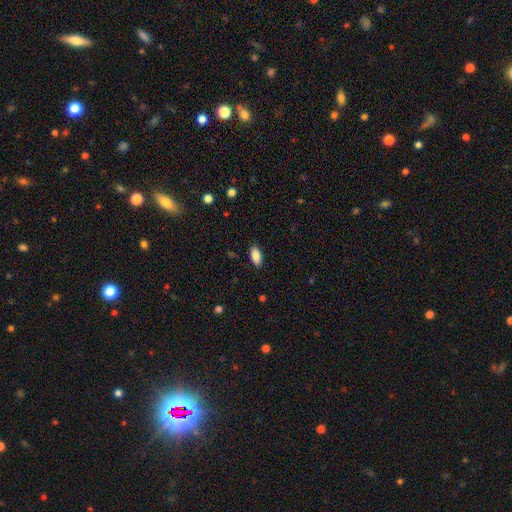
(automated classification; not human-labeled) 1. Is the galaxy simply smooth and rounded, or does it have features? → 87% smooth, 7% star or artifact, 6% featured or disk.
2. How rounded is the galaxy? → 90% in between, 7% cigar-shaped, 2% round.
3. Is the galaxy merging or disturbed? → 88% none, 9% minor disturbance, 2% major disturbance, 1% merger.